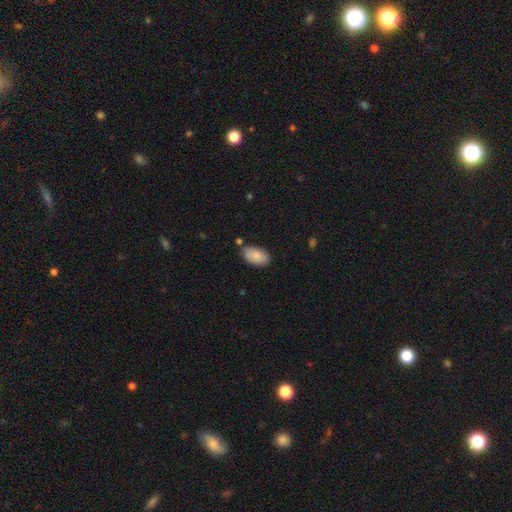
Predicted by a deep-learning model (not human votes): Smooth or featured? Predicted: smooth (p=0.83). How rounded? Predicted: in between (p=0.94). Merging? Predicted: none (p=0.75).